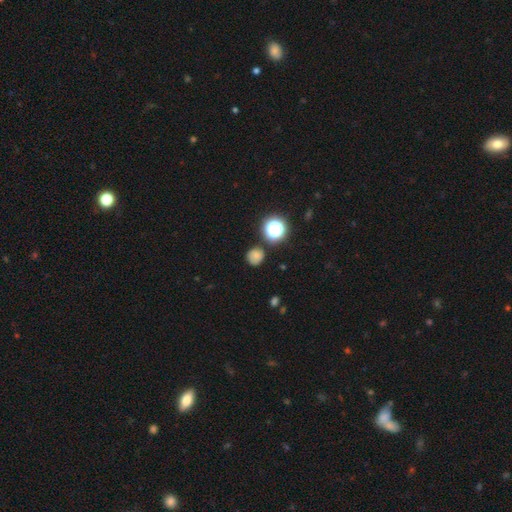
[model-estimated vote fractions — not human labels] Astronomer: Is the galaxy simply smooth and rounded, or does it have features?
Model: smooth — 73%.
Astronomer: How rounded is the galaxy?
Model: round — 88%.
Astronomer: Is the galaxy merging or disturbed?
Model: none — 82%.